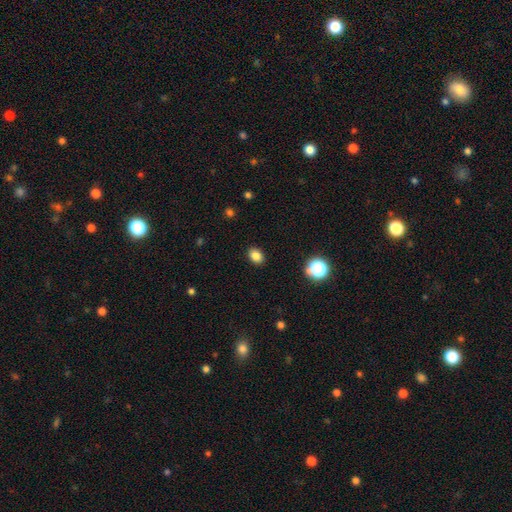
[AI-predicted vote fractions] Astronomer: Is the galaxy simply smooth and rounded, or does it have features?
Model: smooth — 83%.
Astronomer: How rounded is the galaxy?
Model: in between — 65%.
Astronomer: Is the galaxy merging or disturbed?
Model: none — 89%.